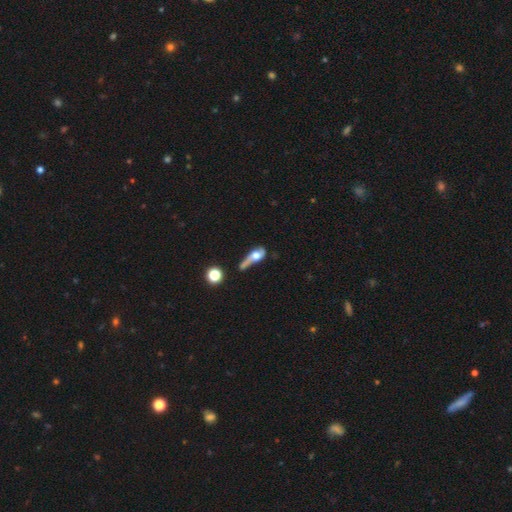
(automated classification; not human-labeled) smooth 48%, featured or disk 43%, star or artifact 10%. Down the decision tree: merging — major disturbance (35%).